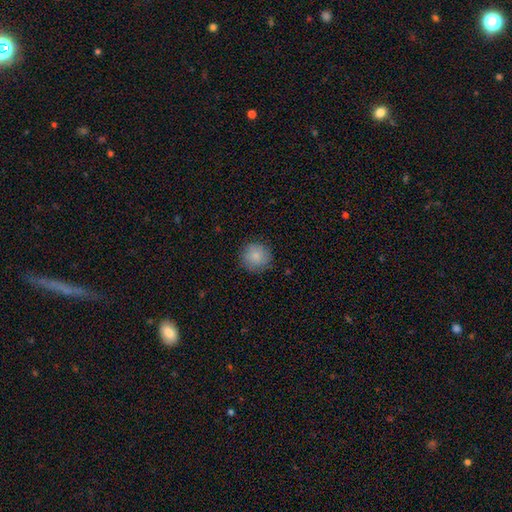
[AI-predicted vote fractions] Smooth or featured? Predicted: smooth (p=0.86). How rounded? Predicted: round (p=0.94). Merging? Predicted: none (p=0.88).